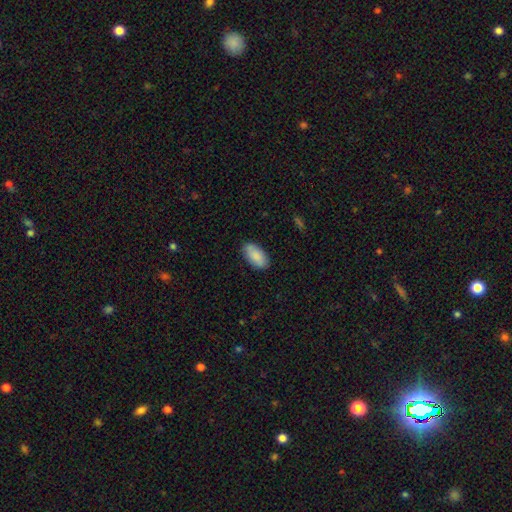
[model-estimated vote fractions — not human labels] This appears to be a smooth galaxy with no disk features (86%) that is in between round and cigar-shaped (95%). Merging: none (83%).